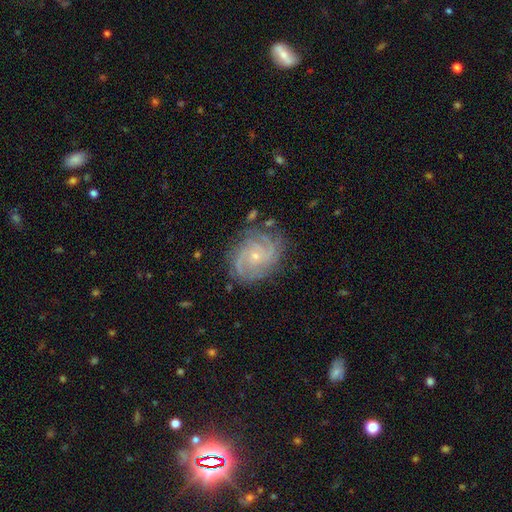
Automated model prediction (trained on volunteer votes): Overall: featured or disk (89%). Edge-on disk: no (98%). Bar: no (73%). Spiral arms: yes (98%). Spiral arm count: 3 (30%; 2 26%). Spiral winding: tight (65%; medium 30%). Bulge size: small (78%). Merging: none (78%).